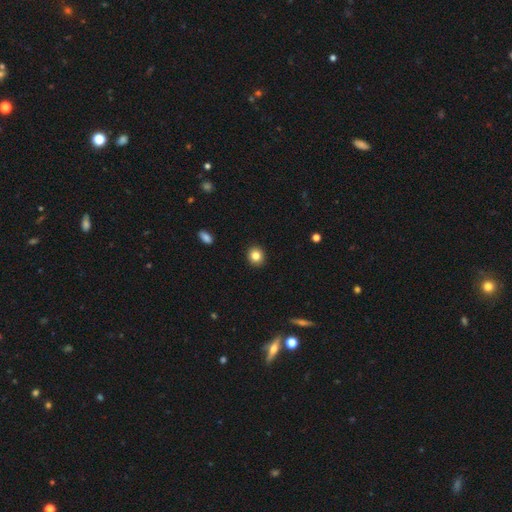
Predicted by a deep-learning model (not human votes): The model was most divided on "smooth or featured": smooth: 83%, star or artifact: 10%, featured or disk: 6%. More confident: merging — none (92%); how rounded — round (87%).